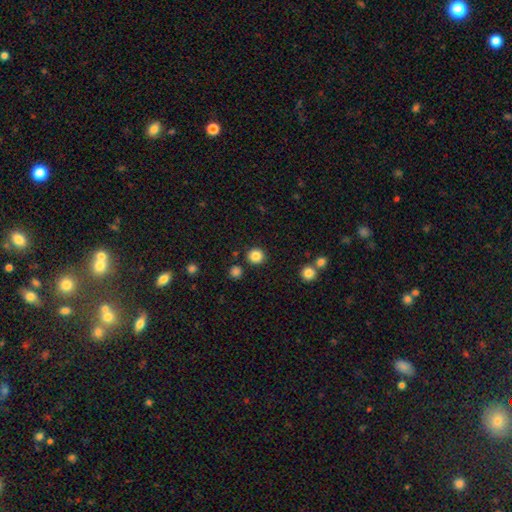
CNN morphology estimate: A smooth galaxy with no disk features (85%) that is round (93%).

Vote fractions:
- Smooth or featured? smooth: 85% / star or artifact: 11% / featured or disk: 4%
- How rounded? round: 93% / in between: 6% / cigar-shaped: 1%
- Merging? none: 90% / minor disturbance: 5% / merger: 3% / major disturbance: 2%